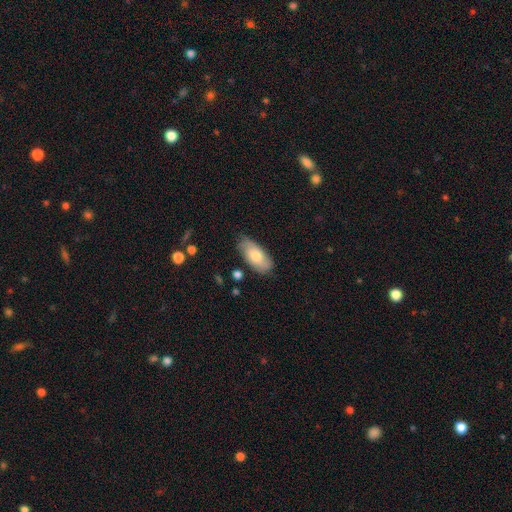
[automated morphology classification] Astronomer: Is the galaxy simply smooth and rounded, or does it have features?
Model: smooth — 73%.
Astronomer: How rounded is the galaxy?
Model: in between — 90%.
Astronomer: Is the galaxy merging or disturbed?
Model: none — 70%.